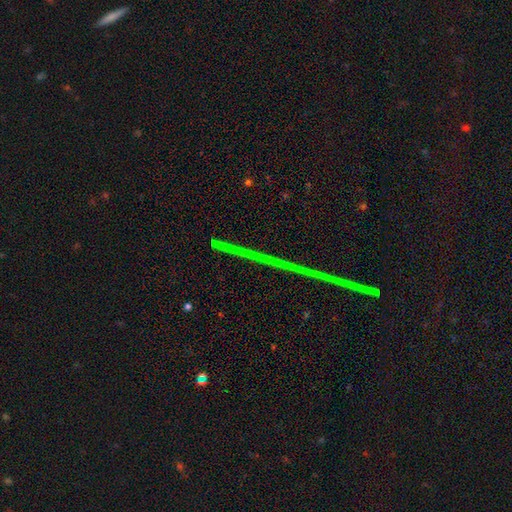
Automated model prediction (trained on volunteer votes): smooth_or_featured: star or artifact (p=0.79) [alt: featured or disk p=0.12]